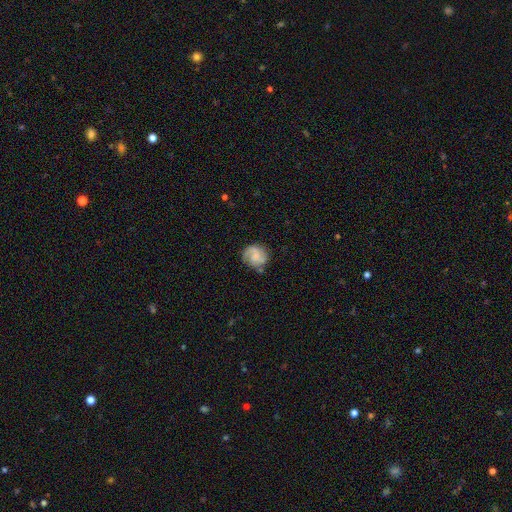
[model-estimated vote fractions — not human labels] Overall: featured or disk (62%; smooth 31%). Edge-on disk: no (98%). Bar: no (60%; weak 34%). Spiral arms: yes (92%). Spiral arm count: 2 (67%). Spiral winding: medium (44%; tight 34%). Bulge size: none (42%; small 33%). Merging: none (69%).